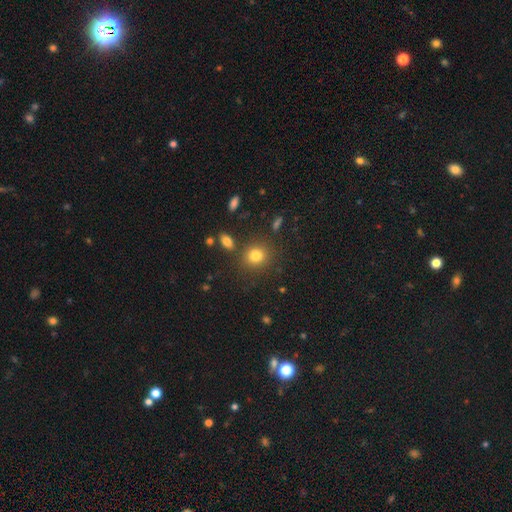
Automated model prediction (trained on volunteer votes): smooth-or-featured: smooth: 79% | star or artifact: 13% | featured or disk: 8%
  how-rounded: round: 79% | in between: 20% | cigar-shaped: 1%
  merging: none: 81% | minor disturbance: 9% | merger: 6% | major disturbance: 4%